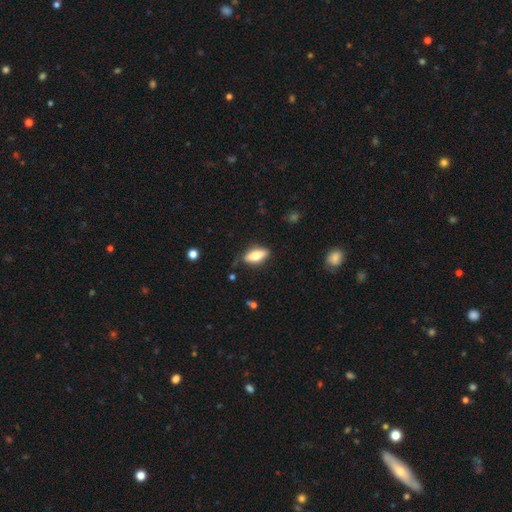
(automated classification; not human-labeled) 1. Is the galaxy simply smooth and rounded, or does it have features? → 70% smooth, 24% featured or disk, 7% star or artifact.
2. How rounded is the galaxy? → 76% in between, 21% cigar-shaped, 3% round.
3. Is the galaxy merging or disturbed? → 80% none, 15% minor disturbance, 3% major disturbance, 2% merger.